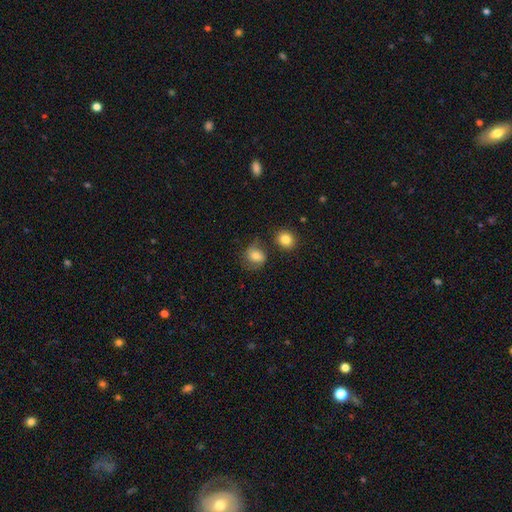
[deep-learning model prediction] This appears to be a smooth galaxy with no disk features (70%) that is round (58%). Merging: none (56%).